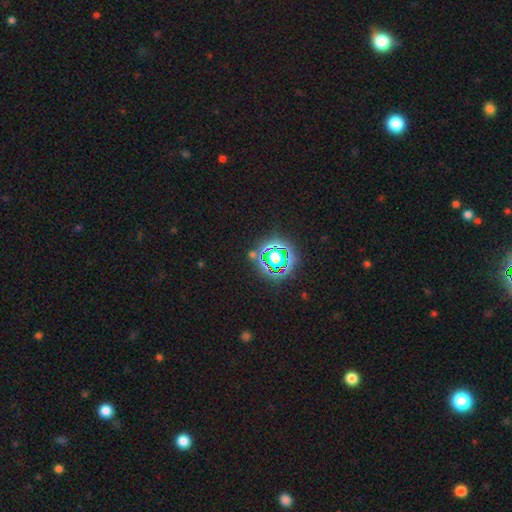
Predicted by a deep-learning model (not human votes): This appears to be a star or artifact, not a galaxy (72%).